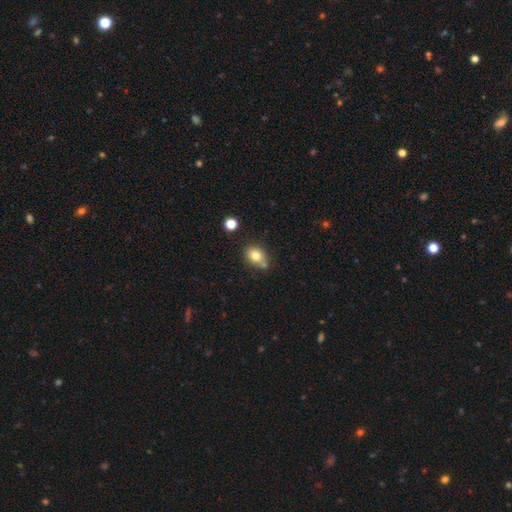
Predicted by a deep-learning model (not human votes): A smooth galaxy with no disk features (79%) that is in between round and cigar-shaped (60%).

Vote fractions:
- Smooth or featured? smooth: 79% / featured or disk: 11% / star or artifact: 11%
- How rounded? in between: 60% / round: 39% / cigar-shaped: 1%
- Merging? none: 67% / minor disturbance: 18% / merger: 11% / major disturbance: 4%